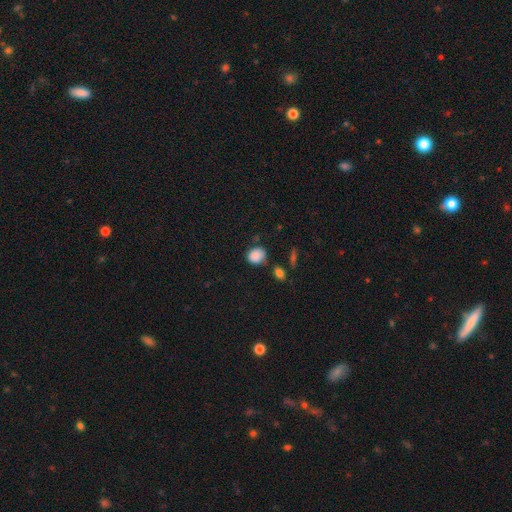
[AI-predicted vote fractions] Smooth or featured?
  - smooth: 87% *
  - star or artifact: 9%
  - featured or disk: 5%
How rounded?
  - round: 67% *
  - in between: 32%
  - cigar-shaped: 1%
Merging?
  - none: 69% *
  - minor disturbance: 20%
  - merger: 6%
  - major disturbance: 5%